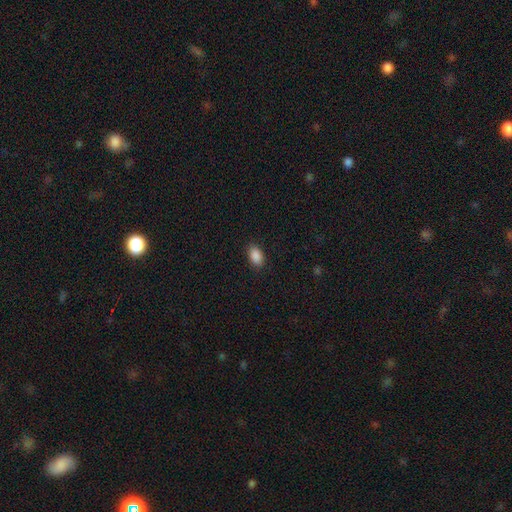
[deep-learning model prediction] Smooth or featured? smooth (89%)
How rounded? in between (91%)
Merging? none (89%)